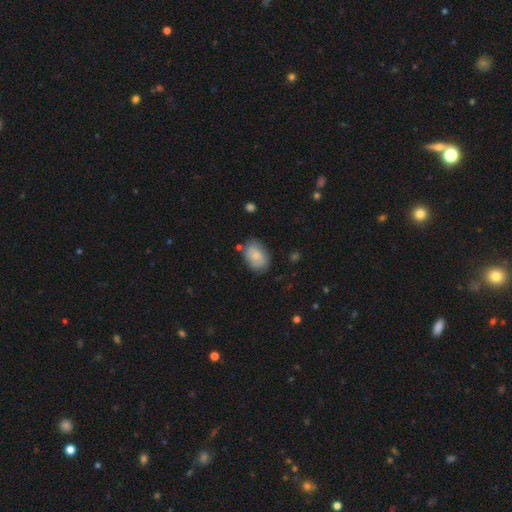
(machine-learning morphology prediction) smooth_or_featured: smooth (p=0.72) [alt: featured or disk p=0.21]
how_rounded: in between (p=0.81) [alt: round p=0.17]
merging: none (p=0.72) [alt: minor disturbance p=0.20]